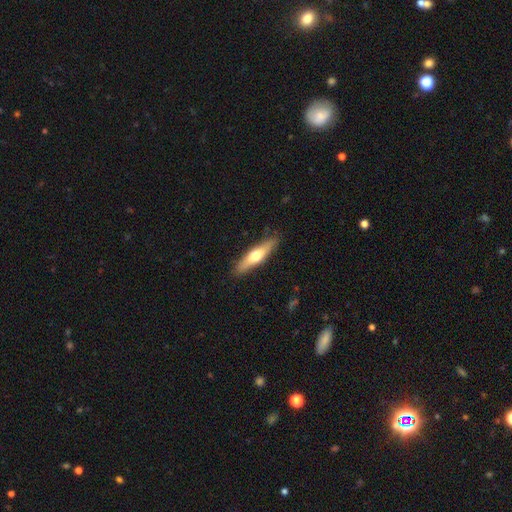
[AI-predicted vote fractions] smooth_or_featured: smooth (p=0.51) [alt: featured or disk p=0.44]
how_rounded: cigar-shaped (p=0.79) [alt: in between p=0.19]
merging: none (p=0.88) [alt: minor disturbance p=0.09]